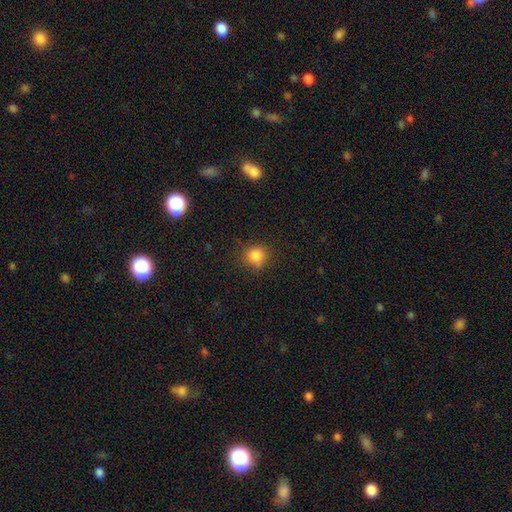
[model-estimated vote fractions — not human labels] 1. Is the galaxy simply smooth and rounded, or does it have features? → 83% smooth, 12% star or artifact, 4% featured or disk.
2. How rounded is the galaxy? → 87% round, 12% in between, 1% cigar-shaped.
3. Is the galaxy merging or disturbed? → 82% none, 13% minor disturbance, 4% major disturbance, 2% merger.